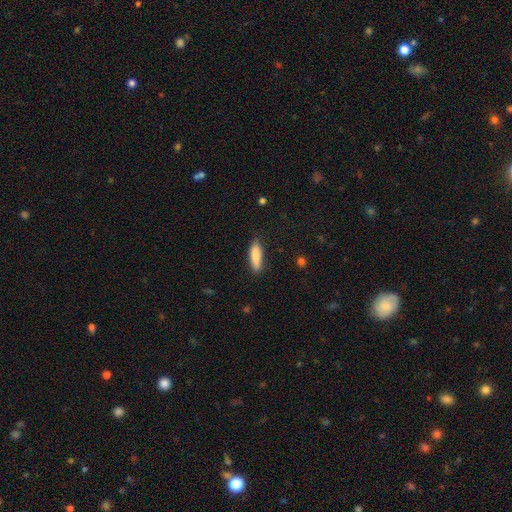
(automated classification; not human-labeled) The model was most divided on "how rounded": cigar-shaped: 60%, in between: 38%, round: 2%. More confident: smooth or featured — smooth (85%); merging — none (83%).